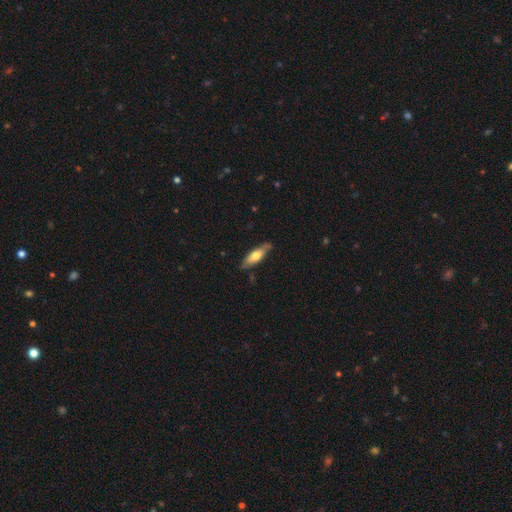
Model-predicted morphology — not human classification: Smooth or featured? Predicted: smooth (p=0.52). How rounded? Predicted: cigar-shaped (p=0.52). Merging? Predicted: none (p=0.76).